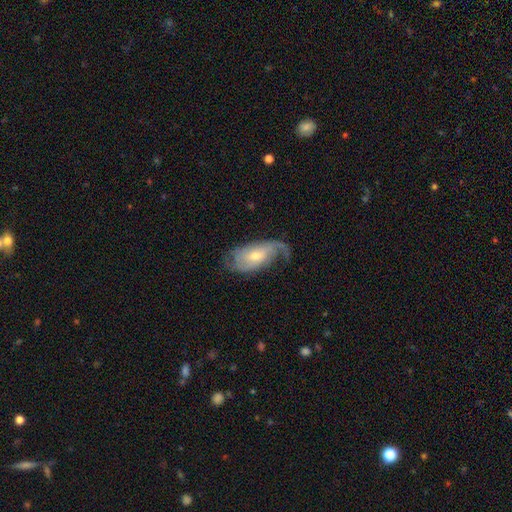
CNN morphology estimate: type=featured or disk (74%); edge-on=no (93%); bar=no (60%); spiral arms=yes (90%); winding=loose (40%); arm count=2 (41%); bulge=moderate (51%); merging=none (50%).